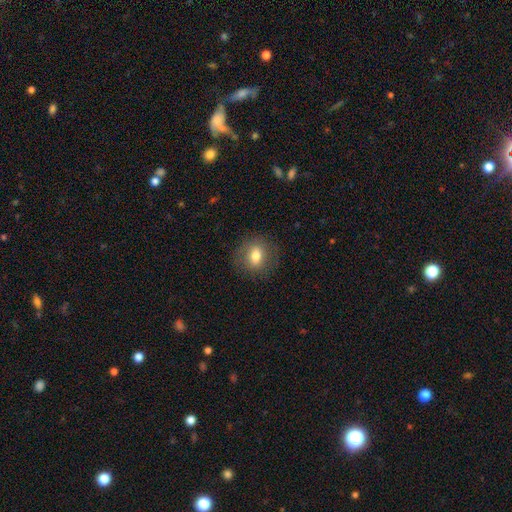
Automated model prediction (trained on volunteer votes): Morphology: type=smooth (70%); roundness=round (61%); merging=none (83%).